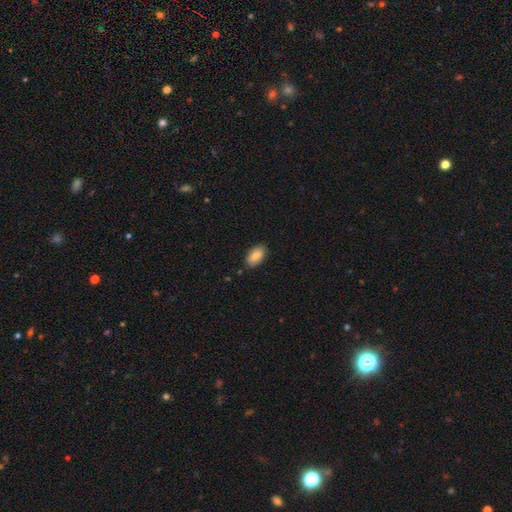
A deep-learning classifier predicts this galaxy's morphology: This is clearly a smooth galaxy (86%). How rounded: clearly in between (94%). Merging: clearly none (85%).